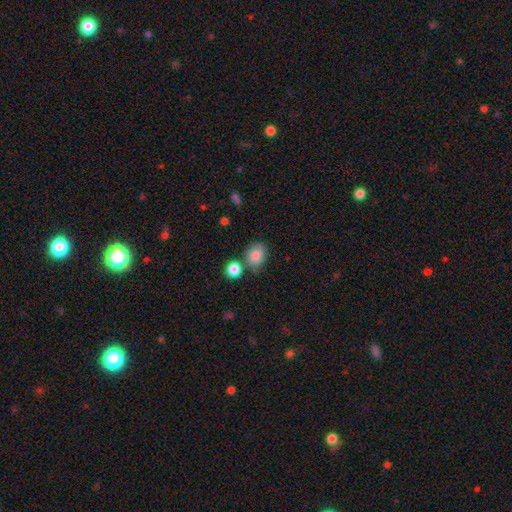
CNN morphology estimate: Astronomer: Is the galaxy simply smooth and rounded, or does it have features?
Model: smooth — 85%.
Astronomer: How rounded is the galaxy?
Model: in between — 57% (runner-up: round, 42%).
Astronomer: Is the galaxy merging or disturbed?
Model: none — 65%.